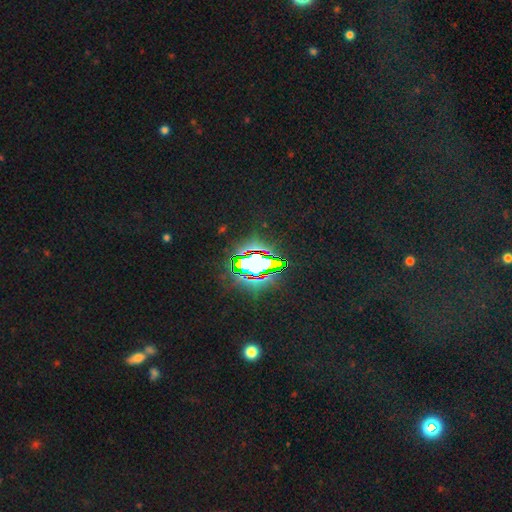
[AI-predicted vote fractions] smooth-or-featured: star or artifact: 83% | smooth: 10% | featured or disk: 7%